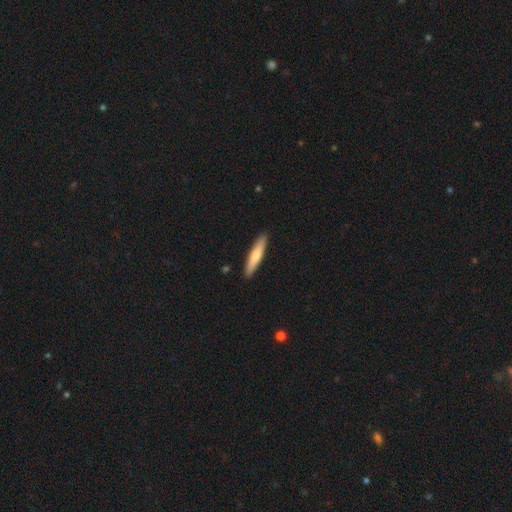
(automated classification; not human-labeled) smooth_or_featured: smooth (p=0.69) [alt: featured or disk p=0.26]
how_rounded: cigar-shaped (p=0.87) [alt: in between p=0.12]
merging: none (p=0.91) [alt: minor disturbance p=0.07]